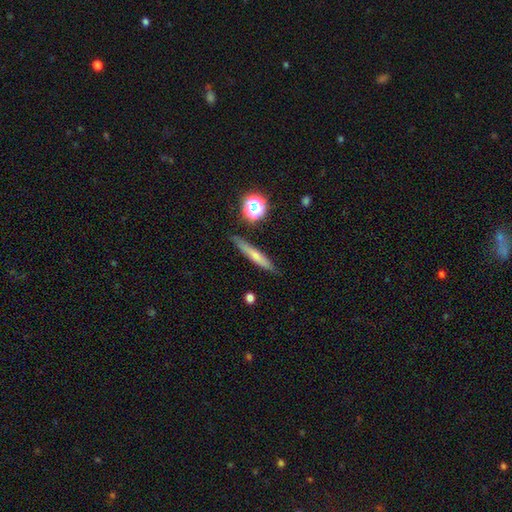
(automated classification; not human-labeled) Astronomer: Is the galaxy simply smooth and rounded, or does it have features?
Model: smooth — 56% (runner-up: featured or disk, 34%).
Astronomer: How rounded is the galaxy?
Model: cigar-shaped — 90%.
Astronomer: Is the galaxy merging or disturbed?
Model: none — 86%.